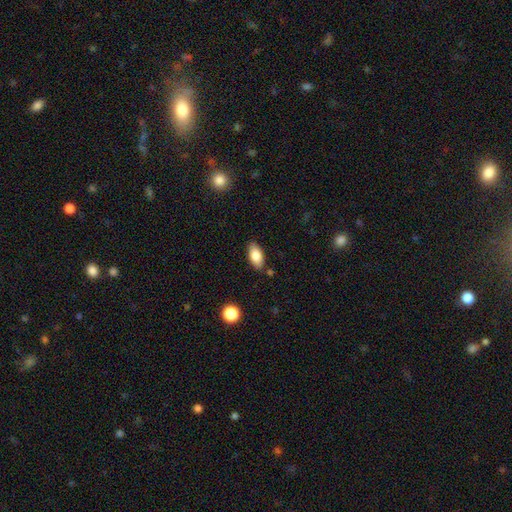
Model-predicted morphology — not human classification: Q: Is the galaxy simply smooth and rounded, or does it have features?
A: smooth — 82%.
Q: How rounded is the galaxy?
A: in between — 90%.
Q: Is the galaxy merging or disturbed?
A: none — 83%.